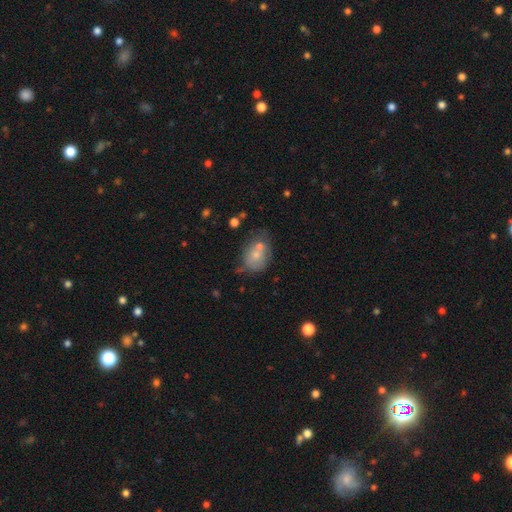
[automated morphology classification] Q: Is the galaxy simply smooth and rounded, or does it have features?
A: smooth — 65%.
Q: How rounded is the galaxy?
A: in between — 60%.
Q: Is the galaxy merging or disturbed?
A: merger — 38%.